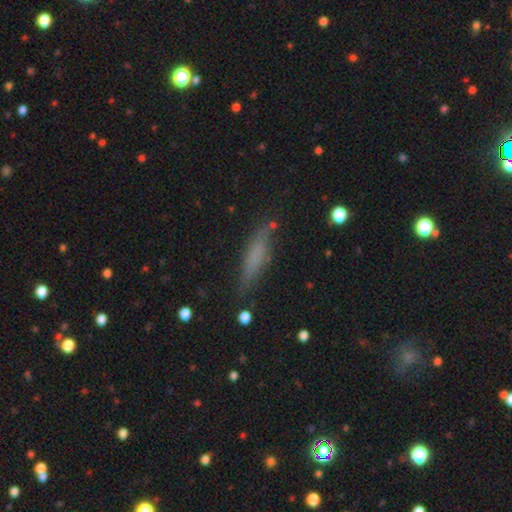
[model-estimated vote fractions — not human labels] The model was most divided on "smooth or featured": smooth: 61%, featured or disk: 28%, star or artifact: 11%. More confident: how rounded — cigar-shaped (78%); merging — none (76%).